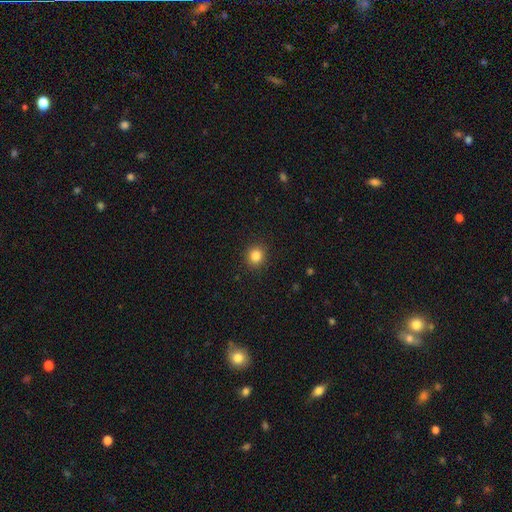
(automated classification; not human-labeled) The model was most divided on "how rounded": round: 84%, in between: 15%, cigar-shaped: 1%. More confident: merging — none (91%); smooth or featured — smooth (85%).